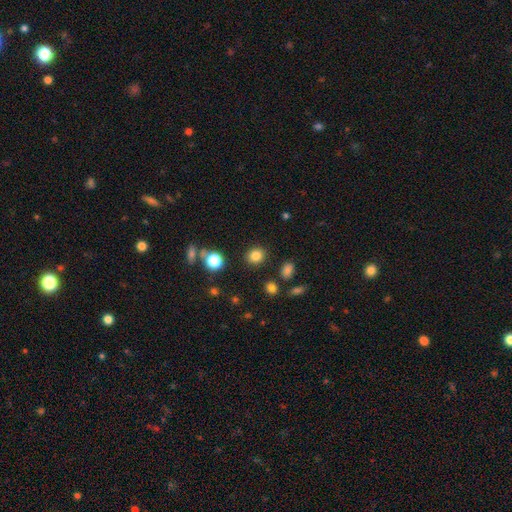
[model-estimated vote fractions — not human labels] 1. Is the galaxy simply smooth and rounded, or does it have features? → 83% smooth, 13% star or artifact, 5% featured or disk.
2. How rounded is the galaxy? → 76% round, 23% in between, 1% cigar-shaped.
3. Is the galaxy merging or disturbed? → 87% none, 7% minor disturbance, 3% major disturbance, 3% merger.